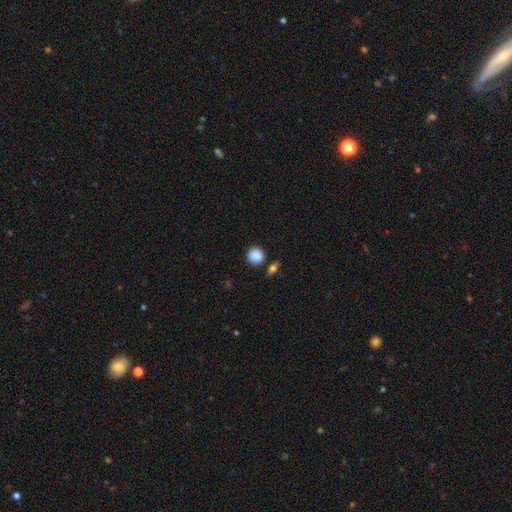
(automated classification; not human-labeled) smooth_or_featured: smooth (p=0.88) [alt: star or artifact p=0.09]
how_rounded: round (p=0.90) [alt: in between p=0.08]
merging: none (p=0.81) [alt: minor disturbance p=0.11]